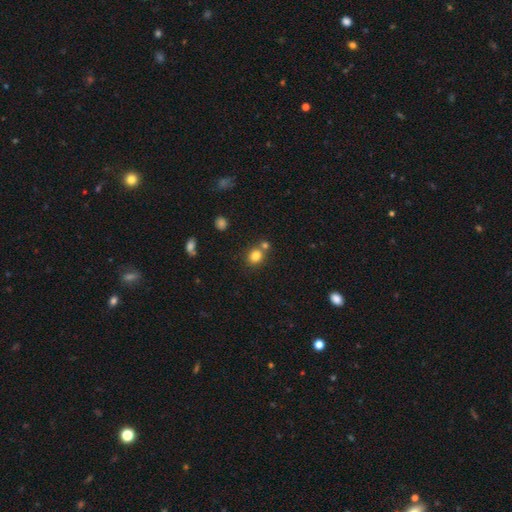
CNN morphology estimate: smooth 82%, star or artifact 12%, featured or disk 7%. Down the decision tree: how rounded — round (72%); merging — none (61%).